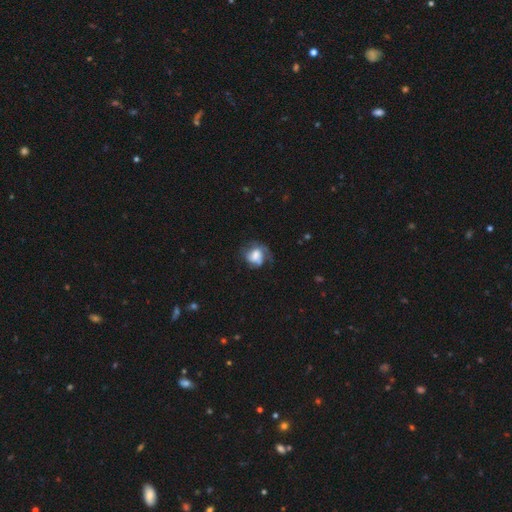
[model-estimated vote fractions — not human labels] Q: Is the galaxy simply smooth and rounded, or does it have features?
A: smooth — 47%.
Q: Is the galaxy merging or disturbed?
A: none — 42%.